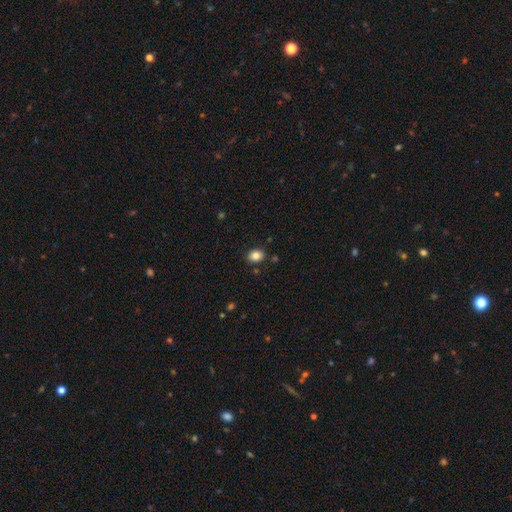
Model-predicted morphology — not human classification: Overall: smooth (83%). How rounded: in between (54%; round 46%). Merging: none (86%).